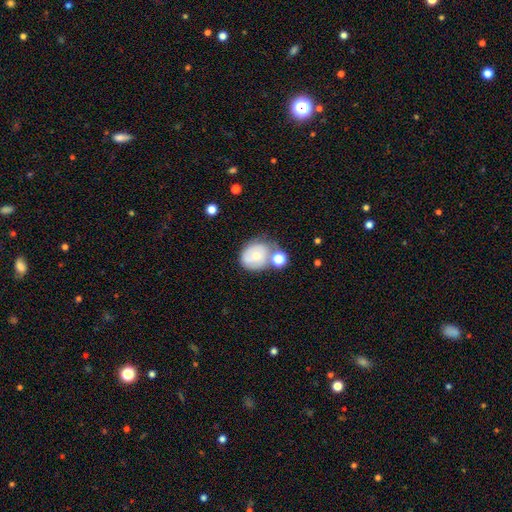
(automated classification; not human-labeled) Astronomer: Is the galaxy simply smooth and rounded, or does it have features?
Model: smooth — 60%.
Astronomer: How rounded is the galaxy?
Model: round — 68%.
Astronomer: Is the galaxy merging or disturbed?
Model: none — 42% (runner-up: merger, 26%).